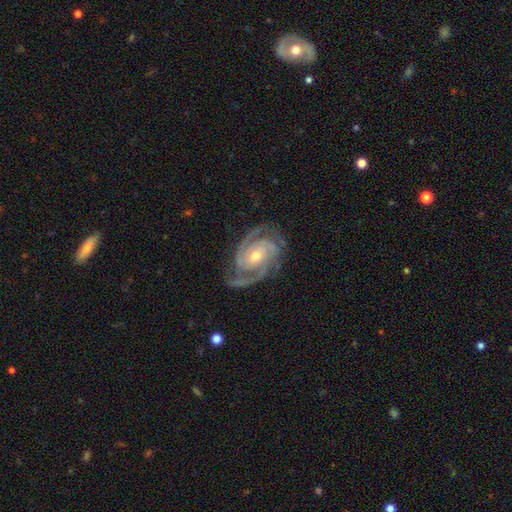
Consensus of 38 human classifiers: This appears to be a featured or disk galaxy (92%) with no bar (57%), 3 (53%) tight (59%) spiral arms (97%) and a small central bulge (51%). Merging: none (80%).